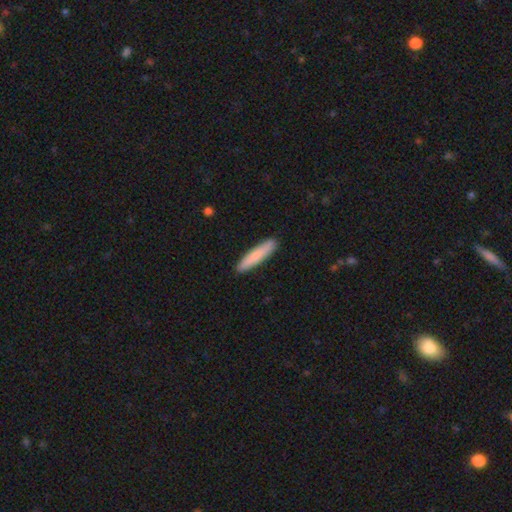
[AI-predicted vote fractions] This appears to be a smooth galaxy with no disk features (83%) that is cigar-shaped (89%). Merging: none (90%).